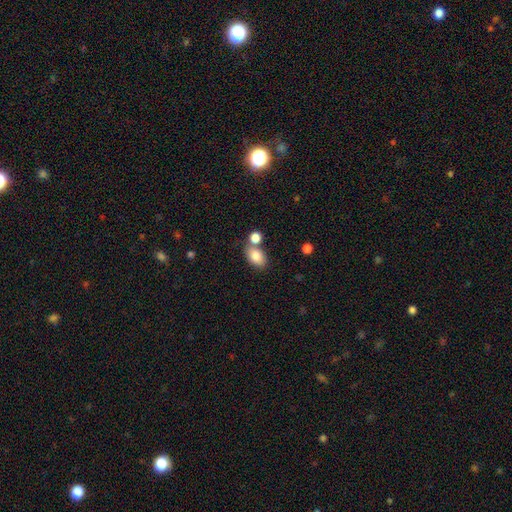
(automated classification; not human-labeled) Smooth or featured?
  - smooth: 84% *
  - star or artifact: 8%
  - featured or disk: 8%
How rounded?
  - in between: 82% *
  - round: 16%
  - cigar-shaped: 1%
Merging?
  - none: 57% *
  - merger: 26%
  - minor disturbance: 13%
  - major disturbance: 4%